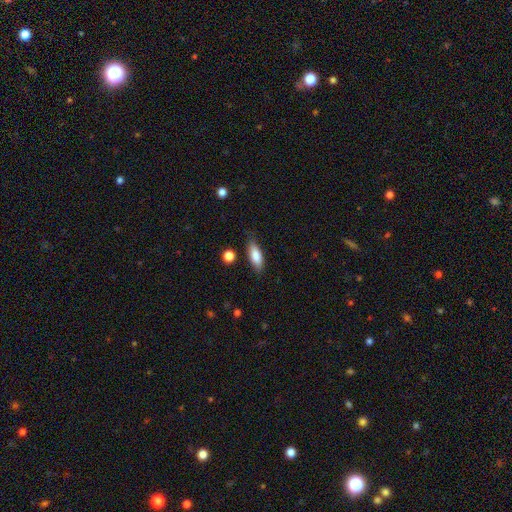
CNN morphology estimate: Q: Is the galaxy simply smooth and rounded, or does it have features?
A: smooth — 83%.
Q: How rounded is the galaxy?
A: in between — 70%.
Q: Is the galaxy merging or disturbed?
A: none — 78%.